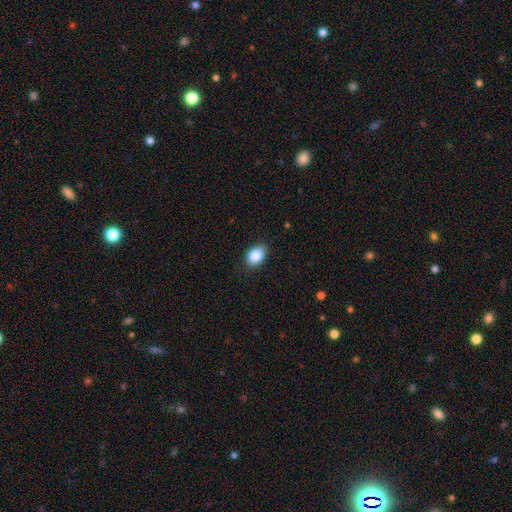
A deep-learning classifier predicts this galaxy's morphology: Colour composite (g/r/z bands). It shows a smooth galaxy with no disk features (86%) that is in between round and cigar-shaped (79%). Merging: none (84%).